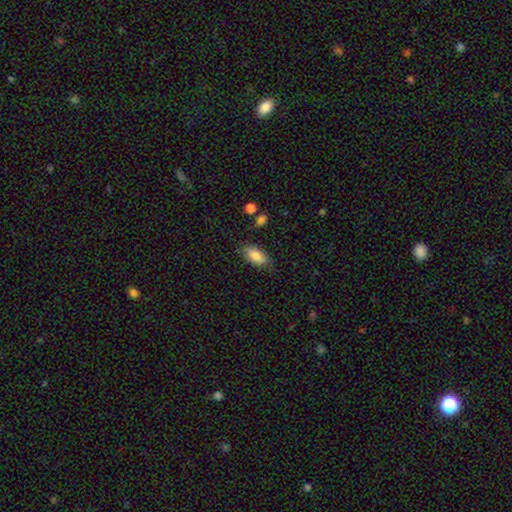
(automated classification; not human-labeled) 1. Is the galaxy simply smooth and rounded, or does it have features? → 85% smooth, 8% featured or disk, 7% star or artifact.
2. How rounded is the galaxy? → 90% in between, 8% cigar-shaped, 3% round.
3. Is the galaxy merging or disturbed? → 79% none, 16% minor disturbance, 4% major disturbance, 2% merger.